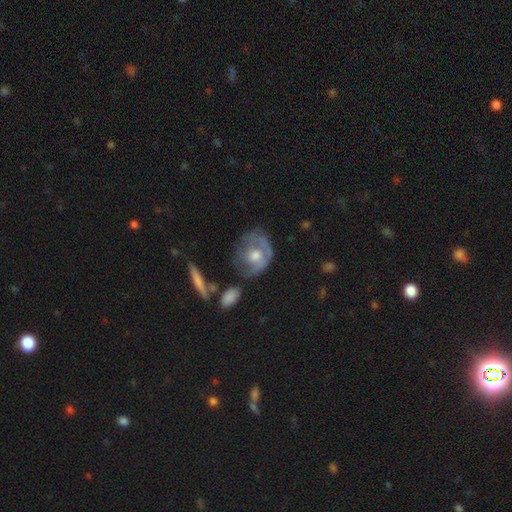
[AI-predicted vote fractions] Smooth or featured?
  - featured or disk: 59% *
  - smooth: 35%
  - star or artifact: 7%
Edge-on disk?
  - no: 94% *
  - yes: 6%
Bar?
  - no: 80% *
  - weak: 16%
  - strong: 3%
Spiral arms?
  - no: 50% * (tied)
  - yes: 50% * (tied)
Bulge size?
  - moderate: 69% *
  - small: 15%
  - large: 12%
  - none: 2%
  - dominant: 1%
Merging?
  - none: 44% *
  - minor disturbance: 27%
  - major disturbance: 22%
  - merger: 6%